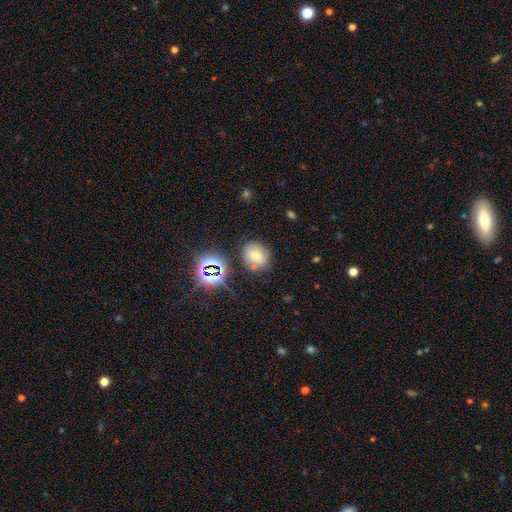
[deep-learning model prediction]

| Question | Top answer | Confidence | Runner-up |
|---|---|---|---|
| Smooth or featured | smooth | 51% | star or artifact (28%) |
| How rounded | round | 71% | in between (28%) |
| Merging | none | 75% | minor disturbance (14%) |